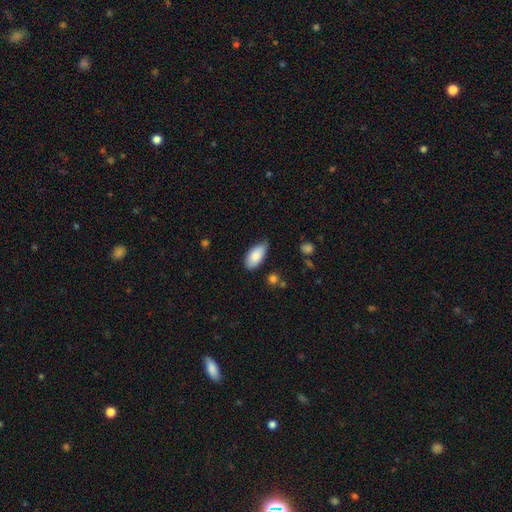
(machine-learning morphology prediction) Smooth or featured: smooth — 85% (featured or disk — 8%)
How rounded: in between — 93% (cigar-shaped — 5%)
Merging: none — 64% (minor disturbance — 30%)